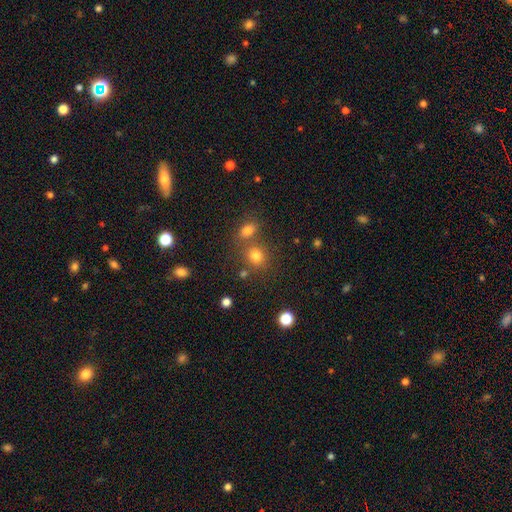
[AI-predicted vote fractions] Morphology: type=smooth (76%); roundness=round (74%); merging=none (60%).